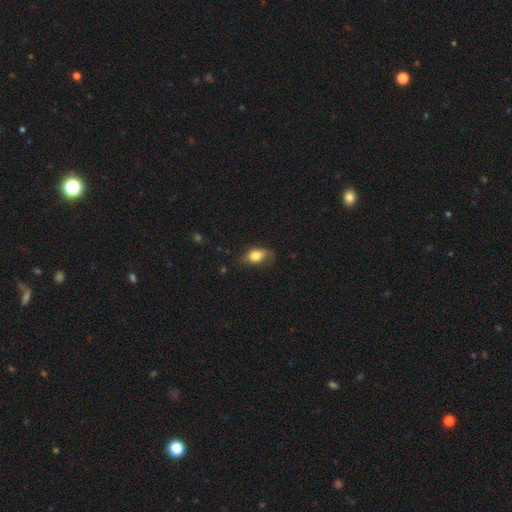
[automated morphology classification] type=smooth (74%); roundness=in between (78%); merging=none (63%).